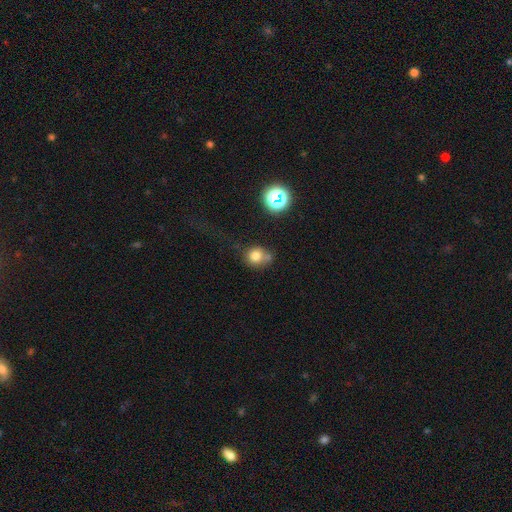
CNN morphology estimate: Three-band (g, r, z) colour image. It shows a smooth galaxy with no disk features (76%) that is round (78%). Merging: none (50%).